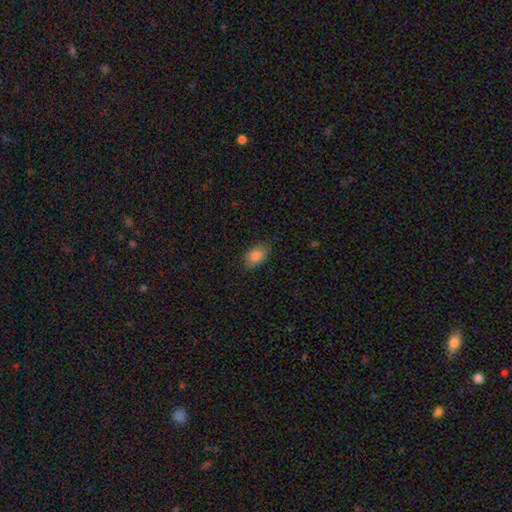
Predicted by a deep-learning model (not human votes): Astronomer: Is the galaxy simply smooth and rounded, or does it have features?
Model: smooth — 86%.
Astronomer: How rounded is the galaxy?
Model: in between — 90%.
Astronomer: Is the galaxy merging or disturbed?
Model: none — 79%.